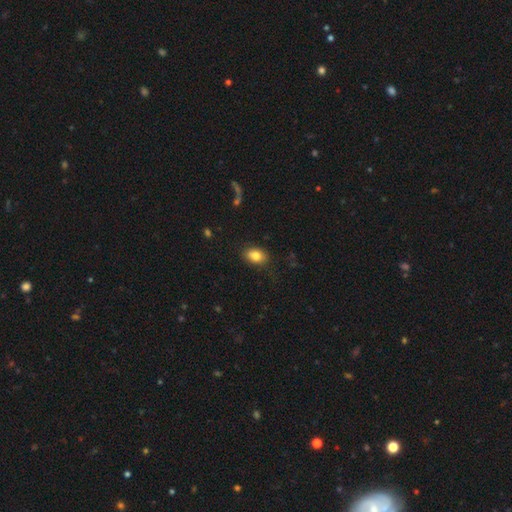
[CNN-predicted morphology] Overall: smooth (81%). How rounded: in between (81%). Merging: none (82%).